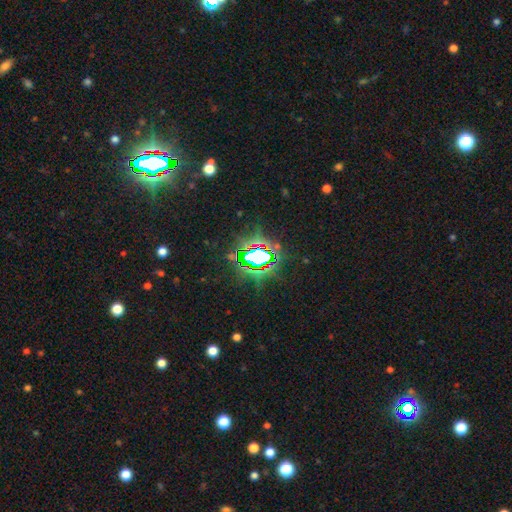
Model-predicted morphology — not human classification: A star or artifact, not a galaxy (77%).